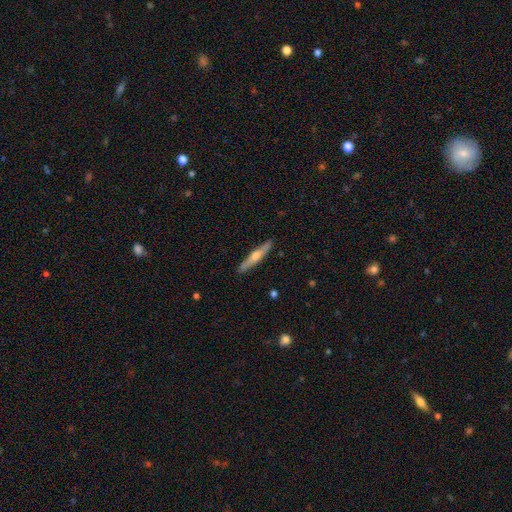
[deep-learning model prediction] Q: Smooth or featured?
A: featured or disk (57%); runner-up: smooth (38%)
Q: Edge-on disk?
A: yes (95%); runner-up: no (5%)
Q: Edge-on bulge?
A: rounded (88%); runner-up: none (8%)
Q: Merging?
A: none (90%); runner-up: minor disturbance (7%)